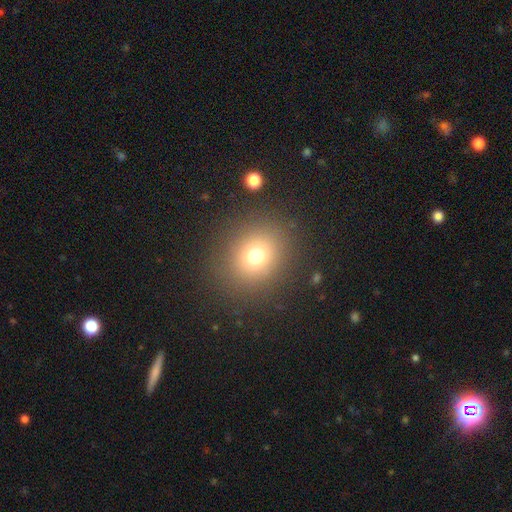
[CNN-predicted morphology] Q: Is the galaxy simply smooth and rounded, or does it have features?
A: smooth — 73%.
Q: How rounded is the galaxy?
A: round — 76%.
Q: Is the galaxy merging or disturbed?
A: none — 86%.